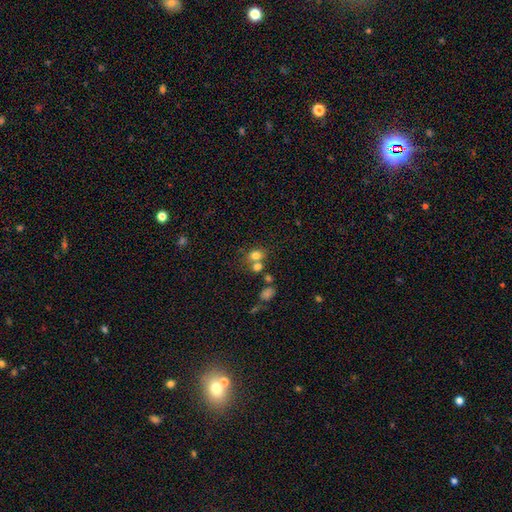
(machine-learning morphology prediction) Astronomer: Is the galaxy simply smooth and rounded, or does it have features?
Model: smooth — 74%.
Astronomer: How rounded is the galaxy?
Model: round — 57% (runner-up: in between, 42%).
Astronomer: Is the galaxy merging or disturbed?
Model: none — 48% (runner-up: merger, 36%).